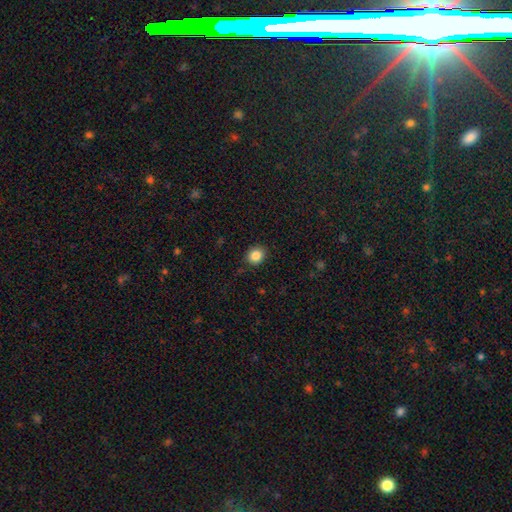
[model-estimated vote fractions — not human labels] Q: Smooth or featured?
A: smooth (85%); runner-up: star or artifact (10%)
Q: How rounded?
A: round (72%); runner-up: in between (28%)
Q: Merging?
A: none (89%); runner-up: minor disturbance (8%)